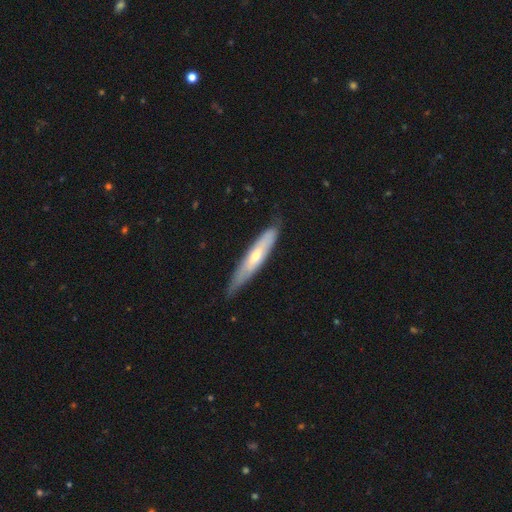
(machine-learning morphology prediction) Overall: featured or disk (50%; smooth 45%). Edge-on disk: yes (68%; no 32%). Merging: none (73%).